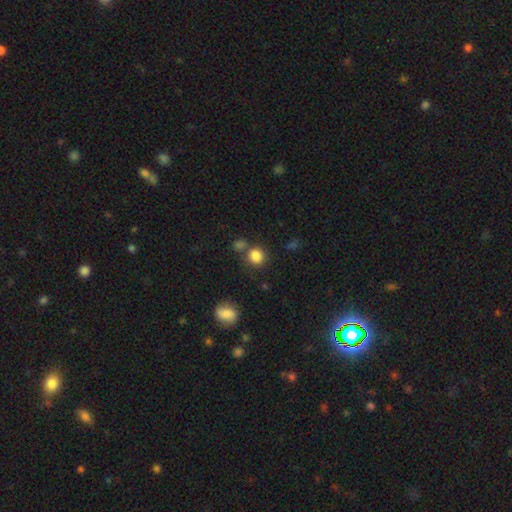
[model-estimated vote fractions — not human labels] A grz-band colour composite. It shows a smooth galaxy with no disk features (84%) that is round (79%). Merging: none (66%).